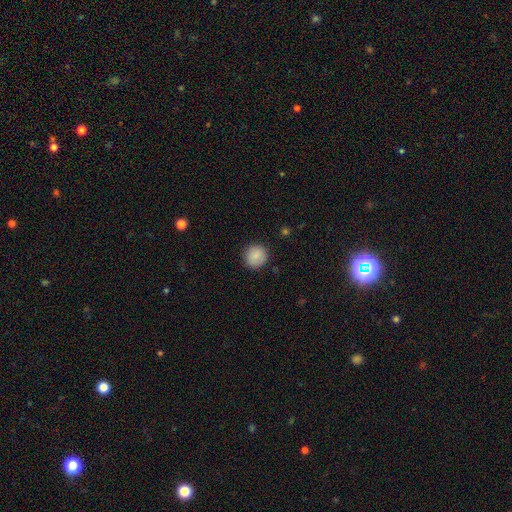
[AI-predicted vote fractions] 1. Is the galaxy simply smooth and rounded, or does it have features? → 87% smooth, 8% star or artifact, 5% featured or disk.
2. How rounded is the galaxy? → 92% round, 7% in between, 1% cigar-shaped.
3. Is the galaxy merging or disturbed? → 88% none, 9% minor disturbance, 2% major disturbance, 1% merger.